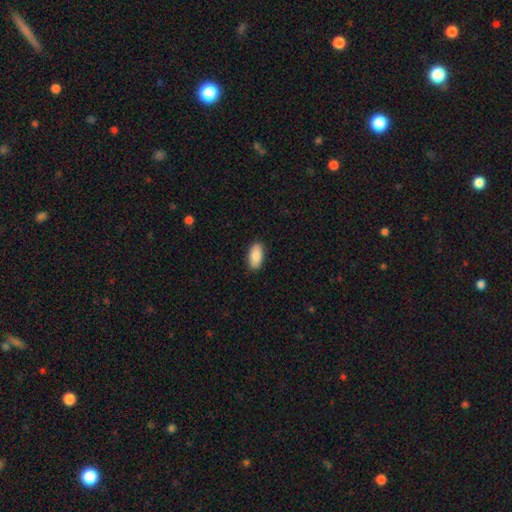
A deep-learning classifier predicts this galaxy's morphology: Smooth or featured? smooth (87%)
How rounded? in between (94%)
Merging? none (89%)